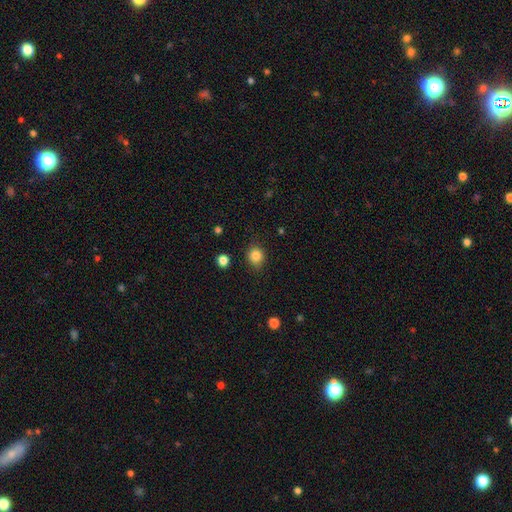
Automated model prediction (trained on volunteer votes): A smooth galaxy with no disk features (85%) that is round (80%). Merging: none (82%).